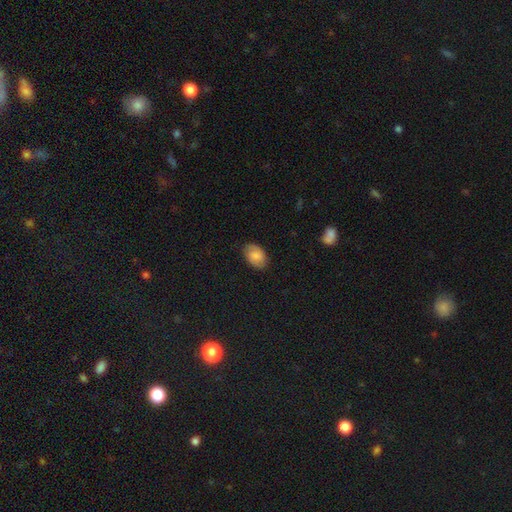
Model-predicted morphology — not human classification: smooth-or-featured: smooth: 62% | featured or disk: 29% | star or artifact: 9%
  how-rounded: in between: 86% | round: 13% | cigar-shaped: 1%
  merging: none: 82% | minor disturbance: 14% | major disturbance: 3% | merger: 1%